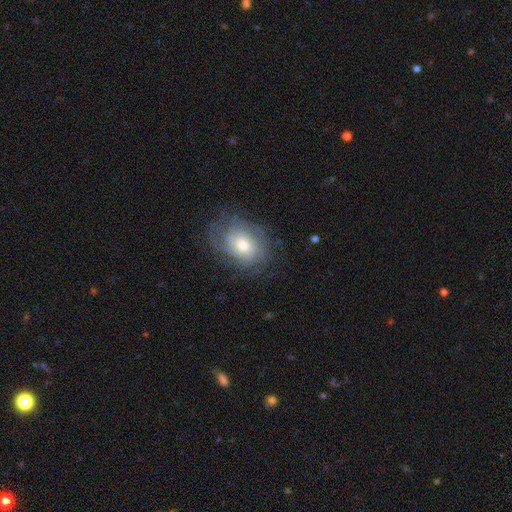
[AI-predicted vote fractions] smooth-or-featured: featured or disk: 63% | smooth: 28% | star or artifact: 10%
  disk-edge-on: no: 96% | yes: 4%
    bar: no: 74% | weak: 22% | strong: 4%
    has-spiral-arms: yes: 81% | no: 19%
    bulge-size: moderate: 61% | small: 29% | large: 8% | none: 1% | dominant: 1%
  merging: none: 70% | minor disturbance: 19% | major disturbance: 10% | merger: 1%